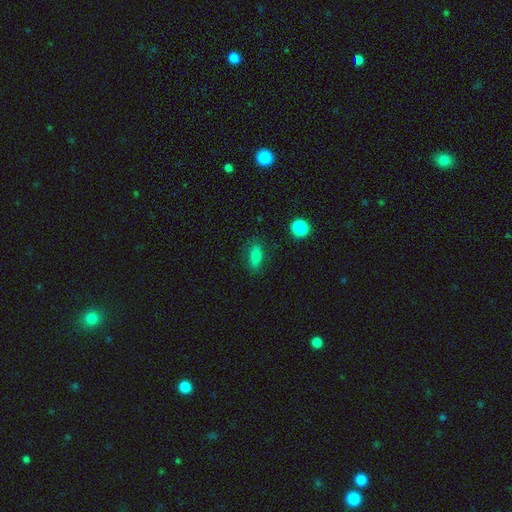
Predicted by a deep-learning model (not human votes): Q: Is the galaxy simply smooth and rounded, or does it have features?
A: smooth — 79%.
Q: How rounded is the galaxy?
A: in between — 79%.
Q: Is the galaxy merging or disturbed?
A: none — 79%.